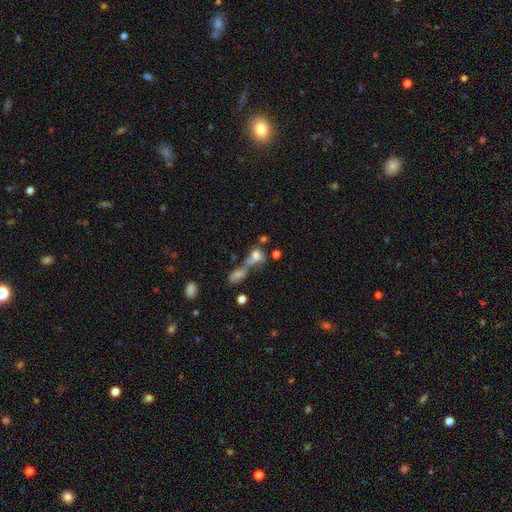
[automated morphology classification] smooth_or_featured: smooth (p=0.67) [alt: featured or disk p=0.19]
how_rounded: in between (p=0.56) [alt: round p=0.37]
merging: merger (p=0.62) [alt: none p=0.20]